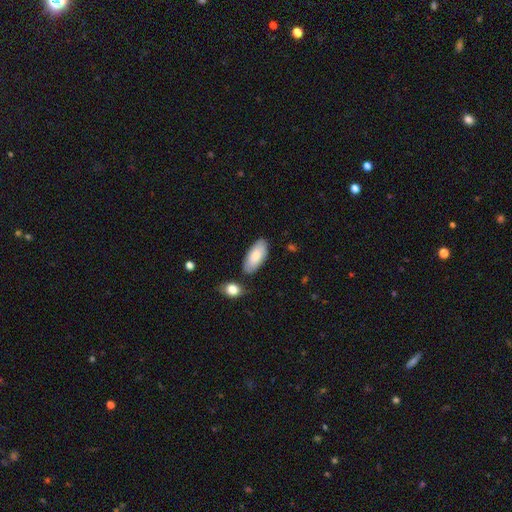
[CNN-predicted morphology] A smooth galaxy with no disk features (82%) that is in between round and cigar-shaped (91%).

Vote fractions:
- Smooth or featured? smooth: 82% / featured or disk: 13% / star or artifact: 5%
- How rounded? in between: 91% / cigar-shaped: 7% / round: 2%
- Merging? none: 79% / minor disturbance: 13% / merger: 6% / major disturbance: 3%